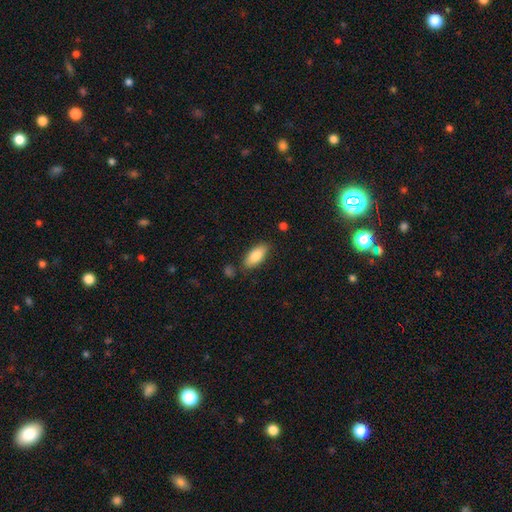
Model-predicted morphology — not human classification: Smooth or featured?
  - smooth: 85% *
  - featured or disk: 9%
  - star or artifact: 6%
How rounded?
  - in between: 86% *
  - cigar-shaped: 12%
  - round: 2%
Merging?
  - none: 82% *
  - minor disturbance: 12%
  - merger: 3%
  - major disturbance: 3%